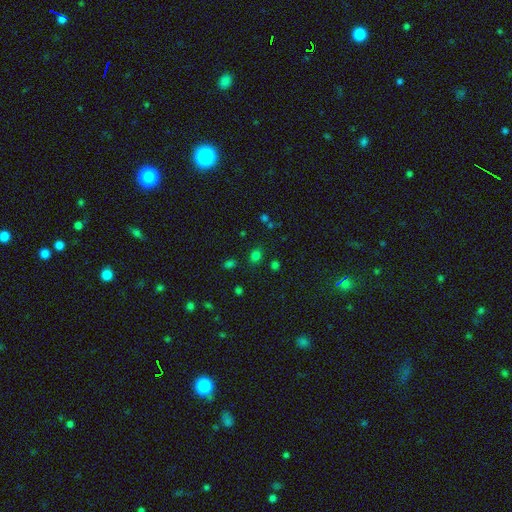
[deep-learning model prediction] smooth_or_featured: smooth (p=0.70) [alt: star or artifact p=0.25]
how_rounded: in between (p=0.52) [alt: round p=0.47]
merging: none (p=0.79) [alt: minor disturbance p=0.12]